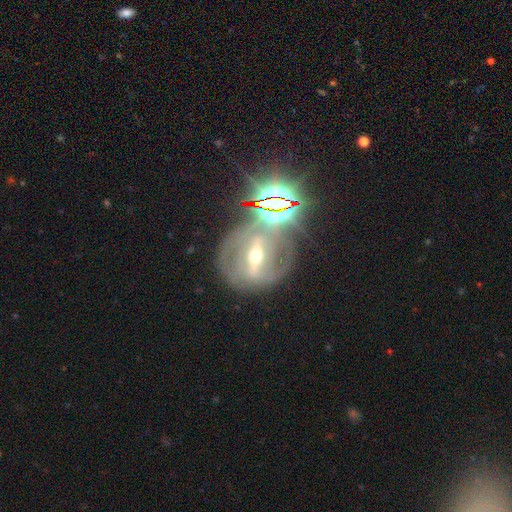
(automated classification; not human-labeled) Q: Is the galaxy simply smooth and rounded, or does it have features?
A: featured or disk — 73%.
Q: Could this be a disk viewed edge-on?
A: no — 86%.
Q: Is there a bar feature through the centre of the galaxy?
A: strong — 75%.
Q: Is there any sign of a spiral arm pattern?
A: yes — 69%.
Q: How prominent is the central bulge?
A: moderate — 65%.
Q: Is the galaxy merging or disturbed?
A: none — 69%.